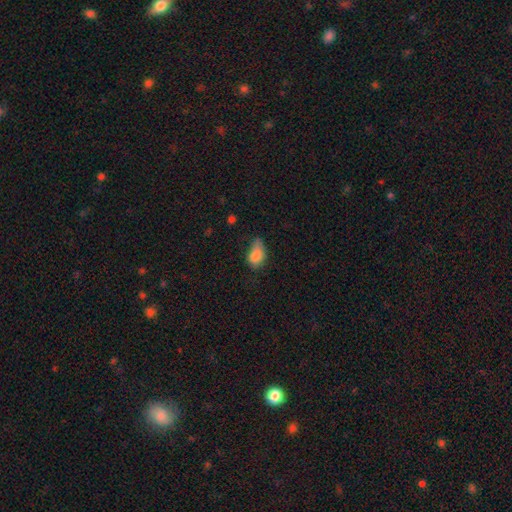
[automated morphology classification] Smooth or featured? smooth (82%)
How rounded? in between (85%)
Merging? minor disturbance (45%)